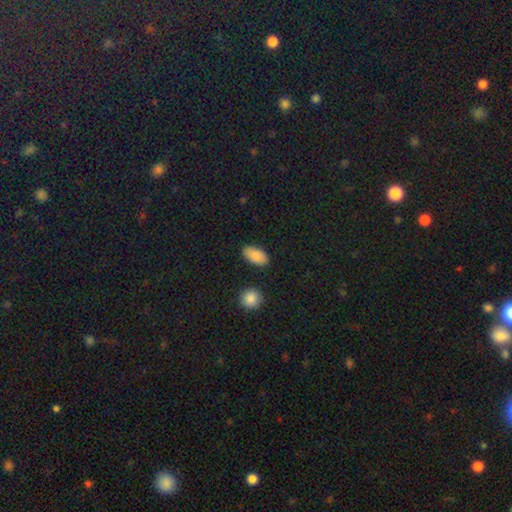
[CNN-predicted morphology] Smooth or featured: smooth — 87% (star or artifact — 7%)
How rounded: in between — 94% (round — 4%)
Merging: none — 87% (minor disturbance — 9%)